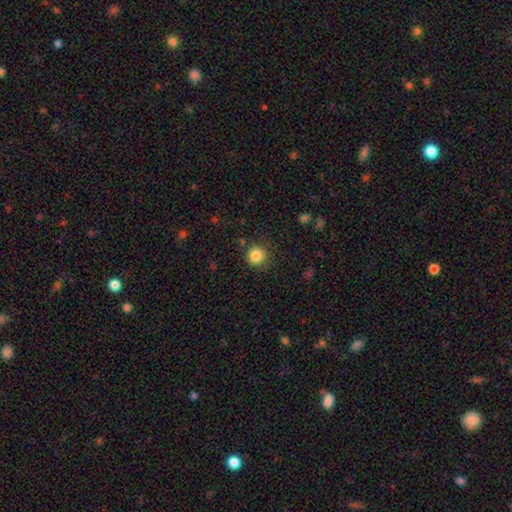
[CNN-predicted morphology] Overall: smooth (85%). How rounded: round (93%). Merging: none (86%).